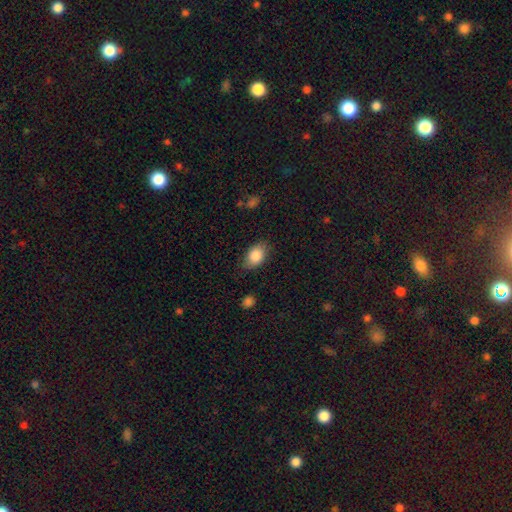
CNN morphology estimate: smooth 85%, featured or disk 8%, star or artifact 7%. Down the decision tree: how rounded — in between (85%); merging — none (78%).